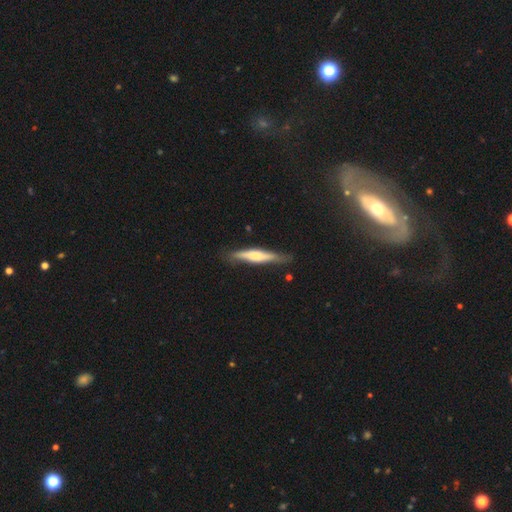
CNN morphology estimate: featured or disk 48%, smooth 47%, star or artifact 5%. Down the decision tree: merging — none (76%).